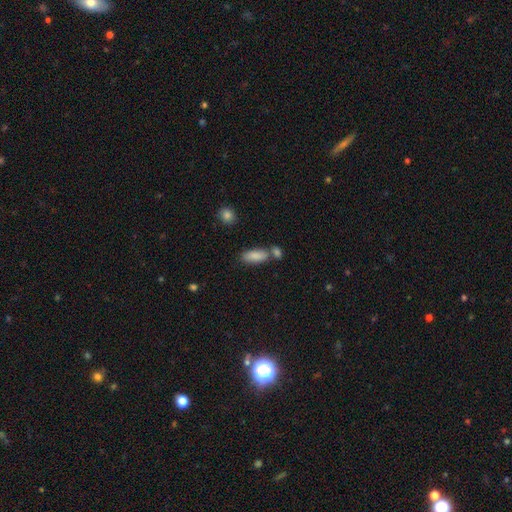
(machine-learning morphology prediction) Smooth or featured?
  - smooth: 86% *
  - featured or disk: 7%
  - star or artifact: 7%
How rounded?
  - in between: 75% *
  - cigar-shaped: 22%
  - round: 2%
Merging?
  - none: 55% *
  - merger: 28%
  - minor disturbance: 12%
  - major disturbance: 4%